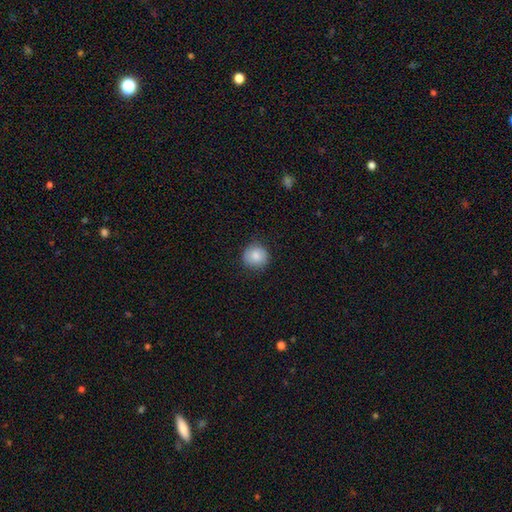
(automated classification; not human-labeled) Q: Smooth or featured?
A: smooth (84%); runner-up: star or artifact (8%)
Q: How rounded?
A: round (90%); runner-up: in between (9%)
Q: Merging?
A: none (86%); runner-up: minor disturbance (11%)